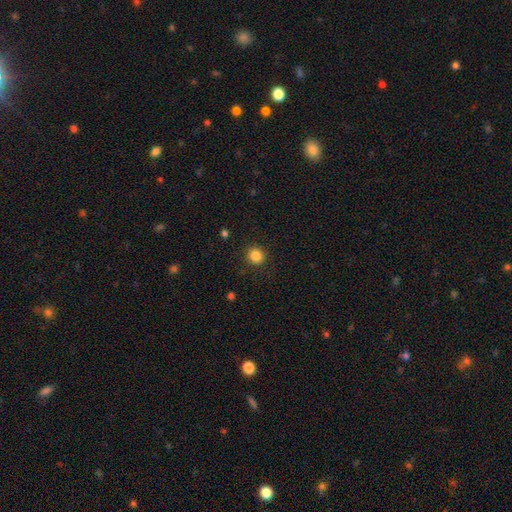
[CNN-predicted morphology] Smooth or featured? Predicted: smooth (p=0.86). How rounded? Predicted: round (p=0.90). Merging? Predicted: none (p=0.91).